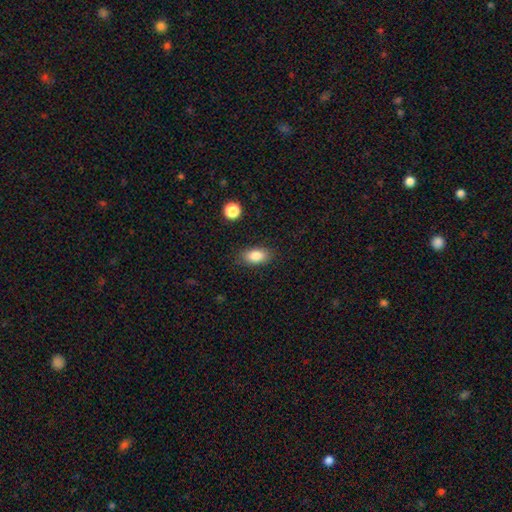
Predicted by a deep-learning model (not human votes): Q: Smooth or featured?
A: smooth (85%); runner-up: star or artifact (8%)
Q: How rounded?
A: in between (89%); runner-up: round (7%)
Q: Merging?
A: none (85%); runner-up: minor disturbance (11%)